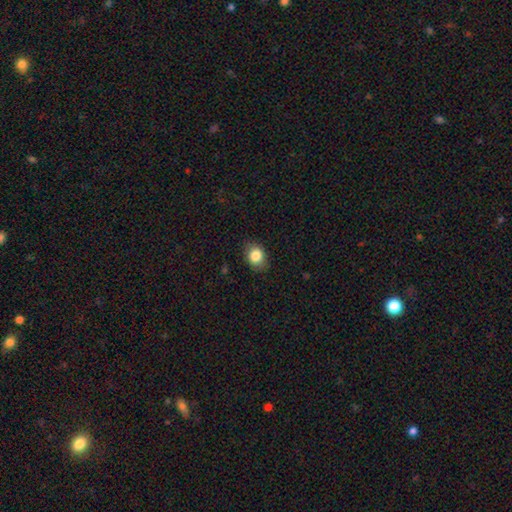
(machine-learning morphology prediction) A smooth galaxy with no disk features (84%) that is in between round and cigar-shaped (52%). Merging: none (83%).